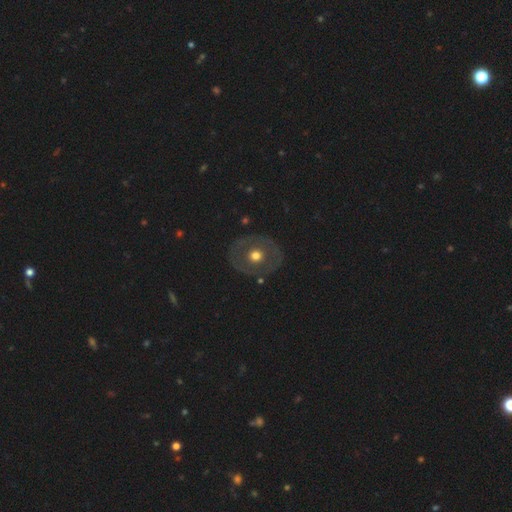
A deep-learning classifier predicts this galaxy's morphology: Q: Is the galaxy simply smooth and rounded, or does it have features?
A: featured or disk — 50%.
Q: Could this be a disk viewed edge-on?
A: no — 95%.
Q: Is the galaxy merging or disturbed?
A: none — 83%.